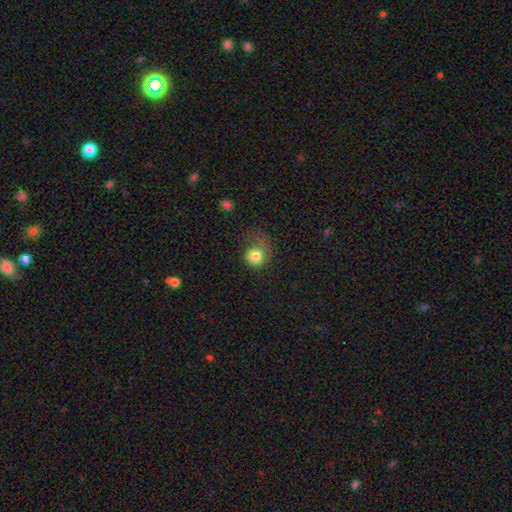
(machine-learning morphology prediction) A smooth galaxy with no disk features (79%) that is round (77%).

Vote fractions:
- Smooth or featured? smooth: 79% / featured or disk: 12% / star or artifact: 9%
- How rounded? round: 77% / in between: 22% / cigar-shaped: 1%
- Merging? major disturbance: 40% / none: 32% / minor disturbance: 25% / merger: 3%